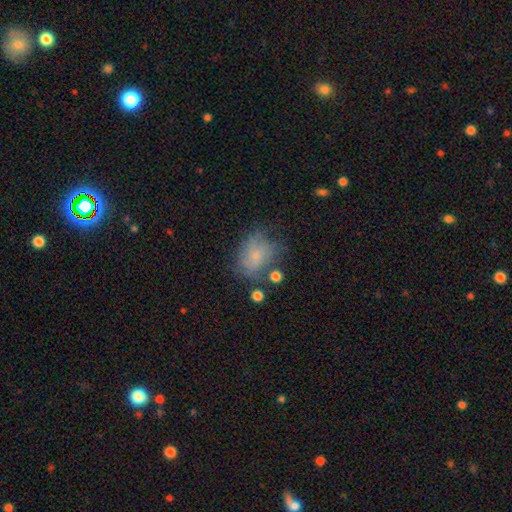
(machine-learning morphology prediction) smooth 61%, featured or disk 27%, star or artifact 12%. Down the decision tree: how rounded — in between (54%); merging — none (49%).